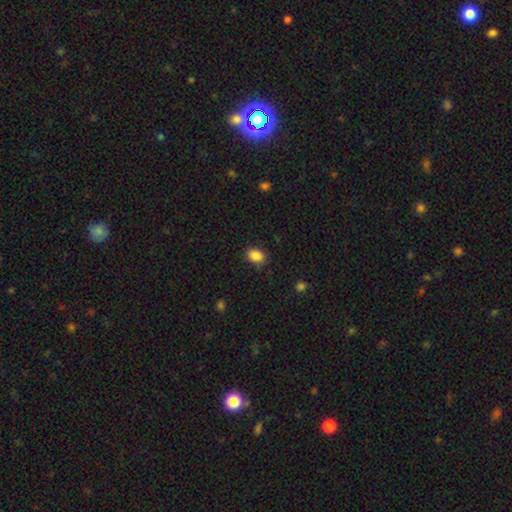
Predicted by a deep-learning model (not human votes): Morphology: type=smooth (87%); roundness=in between (72%); merging=none (83%).